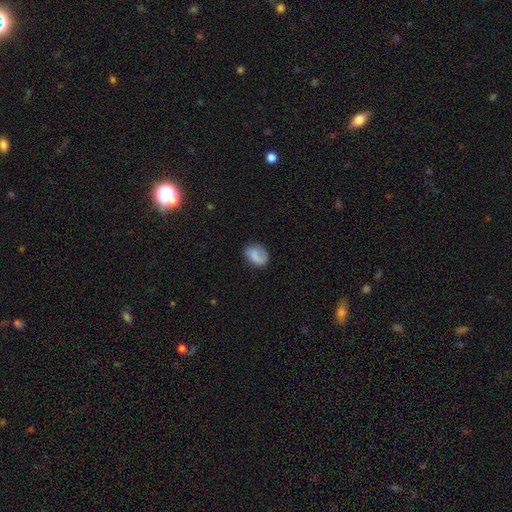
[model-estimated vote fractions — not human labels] Q: Smooth or featured?
A: smooth (78%); runner-up: featured or disk (14%)
Q: How rounded?
A: in between (71%); runner-up: round (28%)
Q: Merging?
A: none (72%); runner-up: minor disturbance (20%)